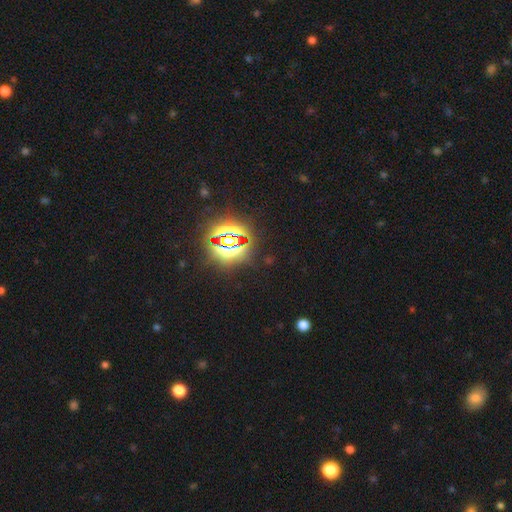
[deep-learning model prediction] smooth_or_featured: star or artifact (p=0.85) [alt: smooth p=0.09]